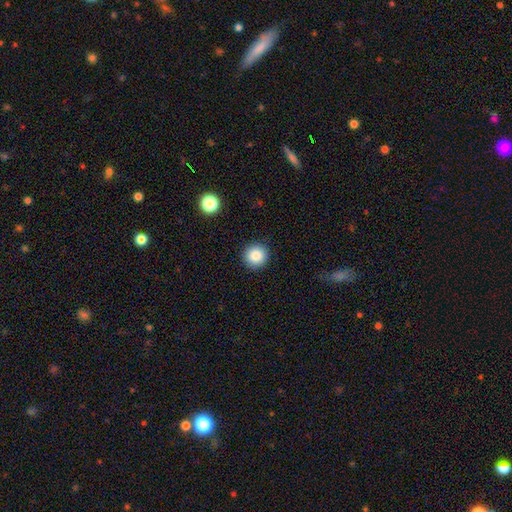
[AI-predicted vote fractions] Morphology: type=smooth (87%); roundness=round (94%); merging=none (92%).